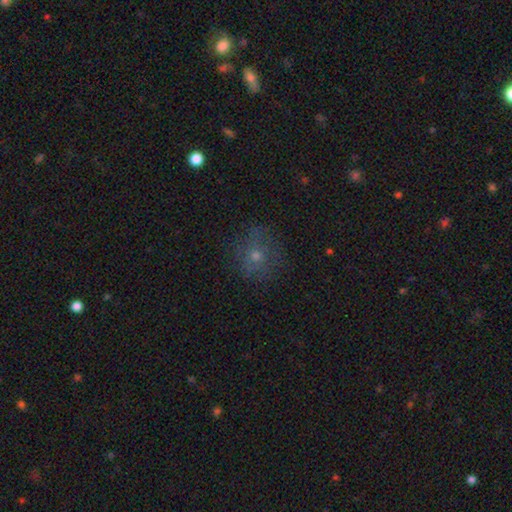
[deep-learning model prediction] Morphology: type=smooth (54%); roundness=round (83%); merging=none (75%).